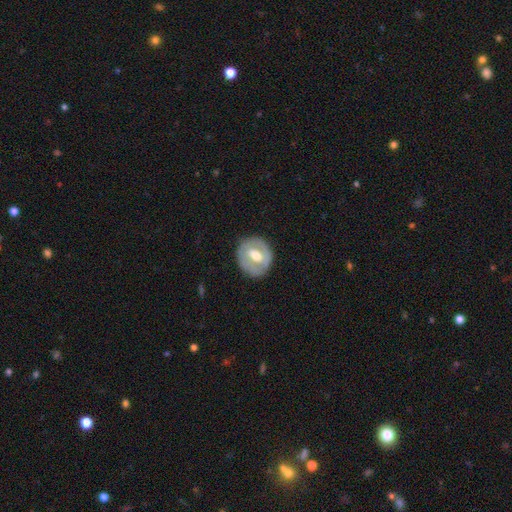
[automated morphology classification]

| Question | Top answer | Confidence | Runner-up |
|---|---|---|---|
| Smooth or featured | featured or disk | 58% | smooth (36%) |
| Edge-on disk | no | 94% | yes (6%) |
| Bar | weak | 46% | no (30%) |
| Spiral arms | no | 64% | yes (36%) |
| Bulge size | moderate | 72% | large (14%) |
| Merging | none | 82% | minor disturbance (13%) |